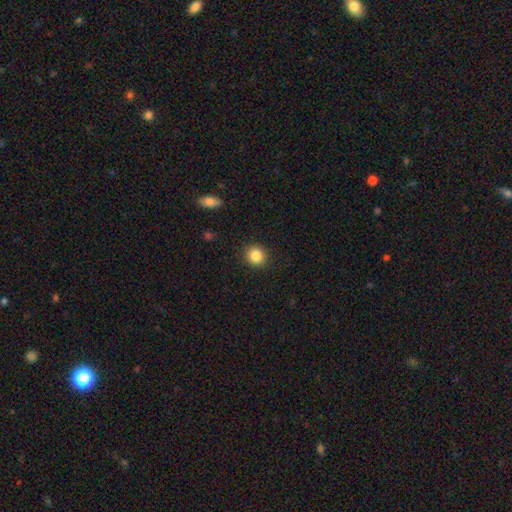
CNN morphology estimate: The model was most divided on "how rounded": round: 87%, in between: 12%, cigar-shaped: 1%. More confident: merging — none (91%); smooth or featured — smooth (86%).